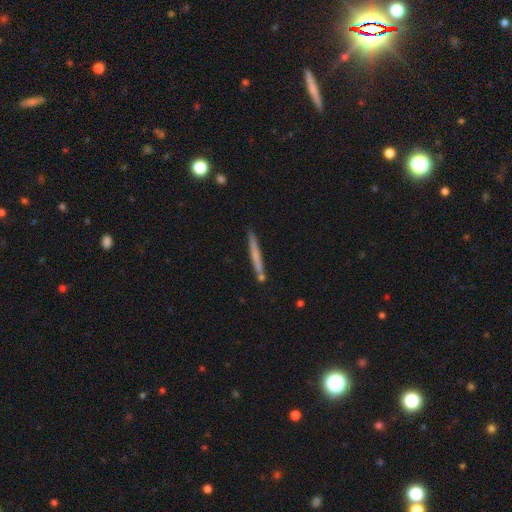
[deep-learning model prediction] smooth 57%, featured or disk 37%, star or artifact 6%. Down the decision tree: how rounded — cigar-shaped (97%); merging — none (81%).